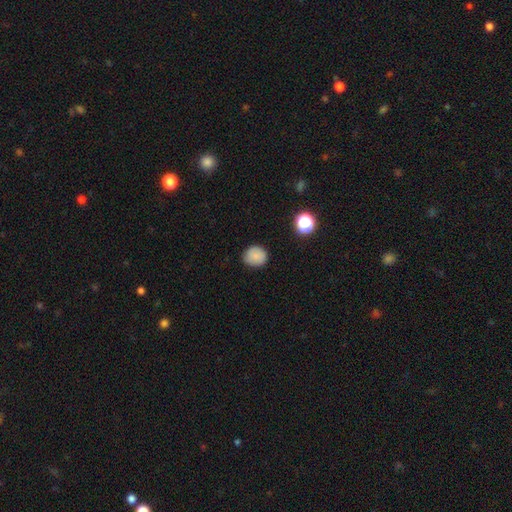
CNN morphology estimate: type=smooth (84%); roundness=round (81%); merging=none (84%).